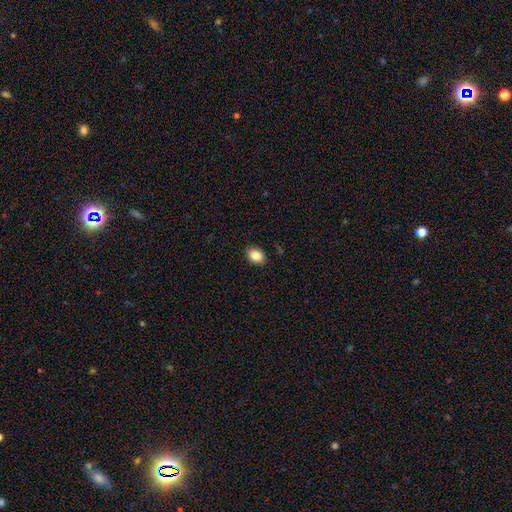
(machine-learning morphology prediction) This is clearly a smooth galaxy (86%). How rounded: likely in between (70%). Merging: clearly none (88%).